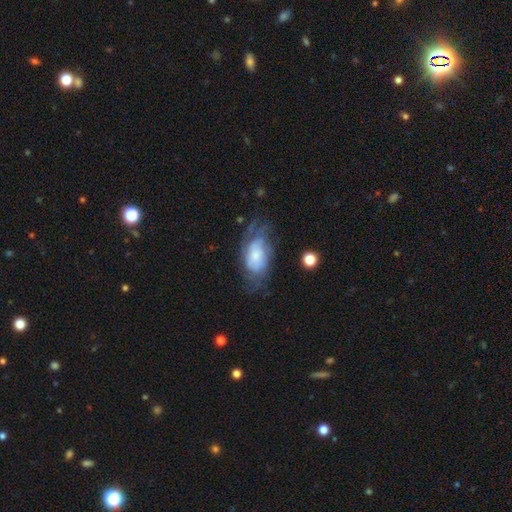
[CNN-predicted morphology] type=featured or disk (56%); edge-on=no (94%); bar=no (76%); spiral arms=yes (75%); bulge=small (53%); merging=none (48%).